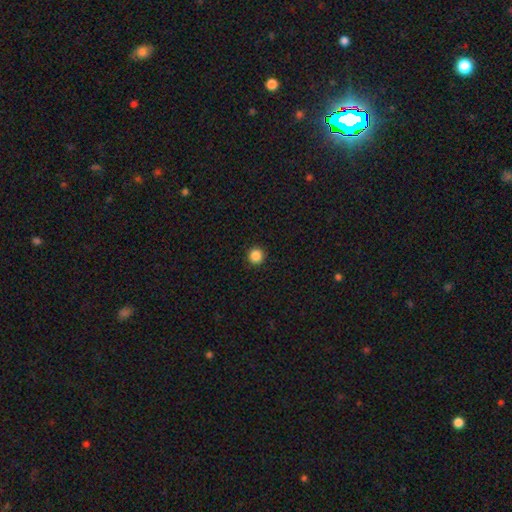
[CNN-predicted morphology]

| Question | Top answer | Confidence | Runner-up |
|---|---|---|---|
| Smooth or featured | smooth | 86% | star or artifact (11%) |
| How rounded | round | 96% | in between (3%) |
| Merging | none | 93% | minor disturbance (5%) |